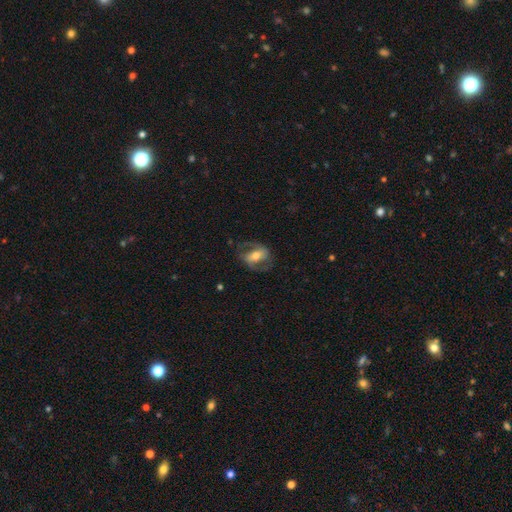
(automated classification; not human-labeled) The model was most divided on "bar": strong: 47%, weak: 31%, no: 22%. More confident: edge-on disk — no (94%); spiral arms — yes (77%); merging — none (66%); smooth or featured — featured or disk (66%); bulge size — moderate (58%).